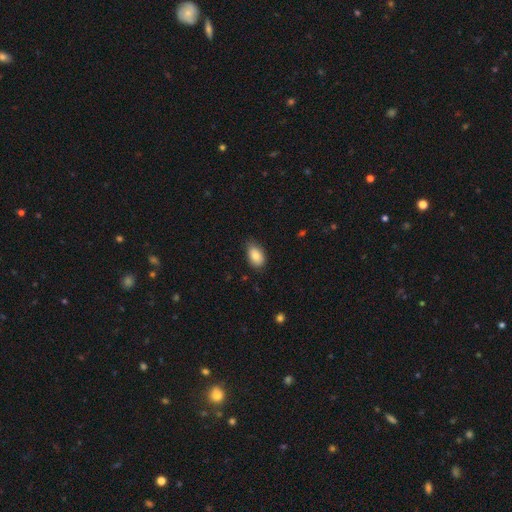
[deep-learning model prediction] Morphology: type=smooth (84%); roundness=in between (91%); merging=none (74%).